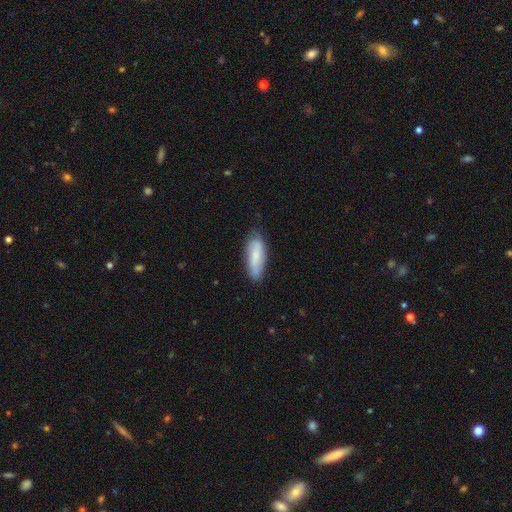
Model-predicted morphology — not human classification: smooth_or_featured: smooth (p=0.68) [alt: featured or disk p=0.25]
how_rounded: in between (p=0.63) [alt: cigar-shaped p=0.36]
merging: none (p=0.74) [alt: minor disturbance p=0.21]